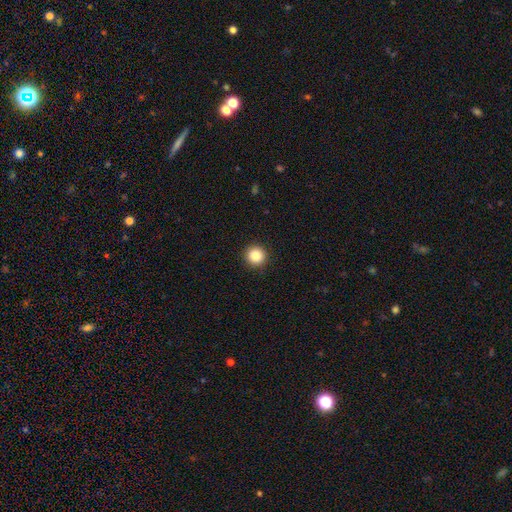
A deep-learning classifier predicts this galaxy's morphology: smooth_or_featured: smooth (p=0.86) [alt: star or artifact p=0.10]
how_rounded: round (p=0.95) [alt: in between p=0.04]
merging: none (p=0.93) [alt: minor disturbance p=0.05]